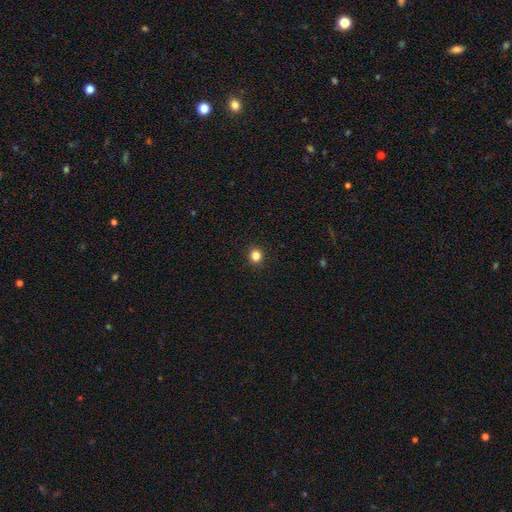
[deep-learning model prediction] smooth-or-featured: smooth: 83% | star or artifact: 13% | featured or disk: 4%
  how-rounded: round: 89% | in between: 10% | cigar-shaped: 1%
  merging: none: 92% | minor disturbance: 5% | major disturbance: 2% | merger: 1%